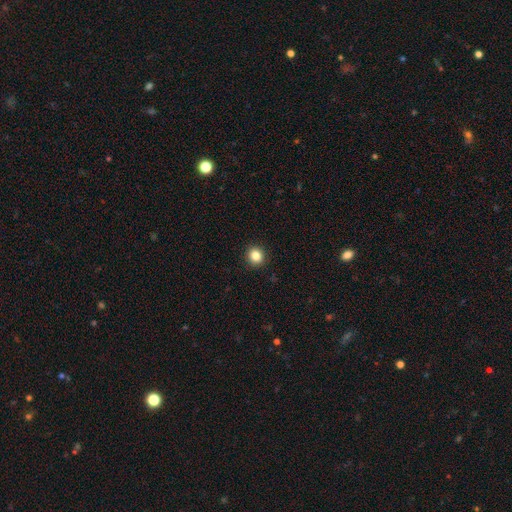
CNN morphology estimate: Smooth or featured? Predicted: smooth (p=0.84). How rounded? Predicted: round (p=0.86). Merging? Predicted: none (p=0.92).